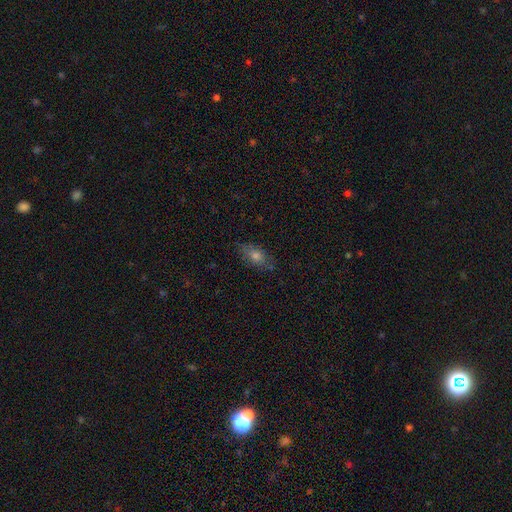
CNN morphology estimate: Smooth or featured?
  - smooth: 65% *
  - featured or disk: 22%
  - star or artifact: 13%
How rounded?
  - in between: 78% *
  - round: 11%
  - cigar-shaped: 11%
Merging?
  - none: 80% *
  - minor disturbance: 15%
  - major disturbance: 3%
  - merger: 1%